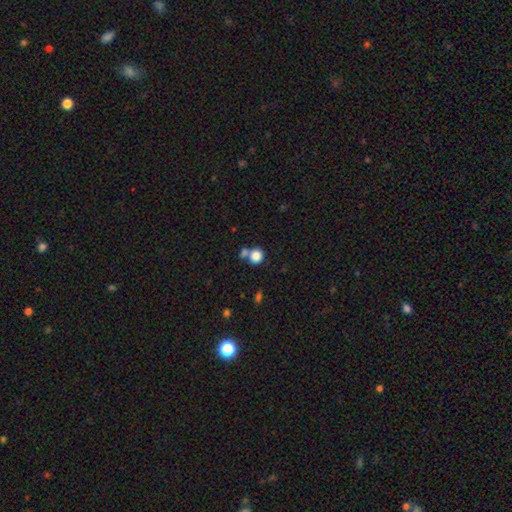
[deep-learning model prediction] Morphology: type=smooth (84%); roundness=round (83%); merging=none (54%).